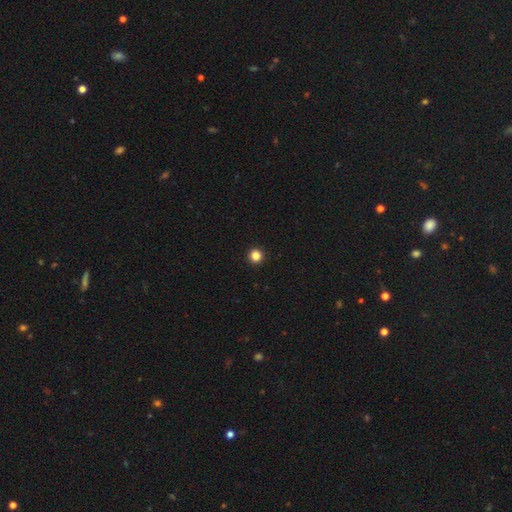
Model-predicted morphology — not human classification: The model was most divided on "smooth or featured": smooth: 84%, star or artifact: 12%, featured or disk: 4%. More confident: how rounded — round (96%); merging — none (95%).